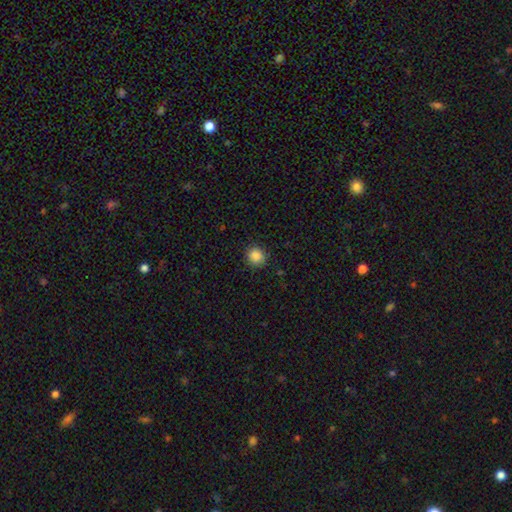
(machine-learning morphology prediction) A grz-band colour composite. It shows a smooth galaxy with no disk features (87%) that is round (90%). Merging: none (91%).